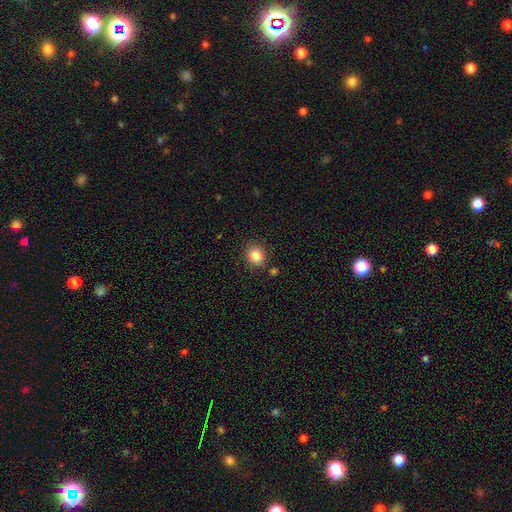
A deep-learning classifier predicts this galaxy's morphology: This appears to be a smooth galaxy with no disk features (85%) that is round (78%). Merging: none (85%).